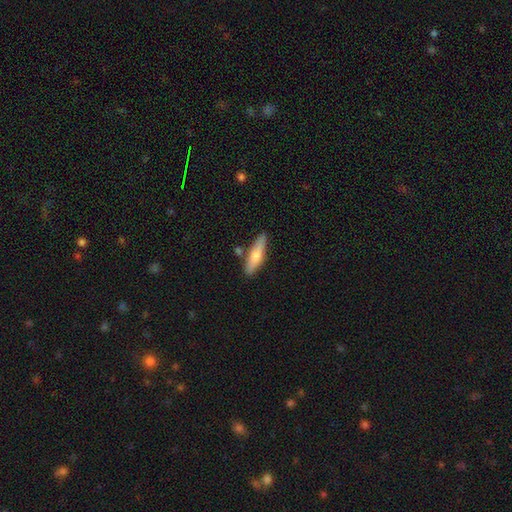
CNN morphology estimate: smooth-or-featured: smooth: 67% | featured or disk: 28% | star or artifact: 6%
  how-rounded: cigar-shaped: 71% | in between: 27% | round: 2%
  merging: none: 76% | minor disturbance: 14% | merger: 7% | major disturbance: 3%